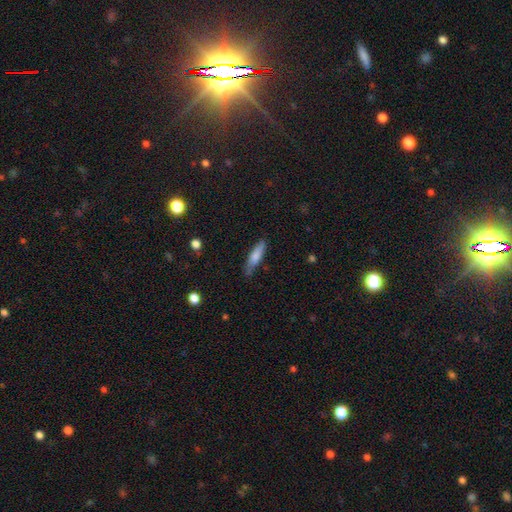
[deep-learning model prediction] smooth 73%, featured or disk 20%, star or artifact 6%. Down the decision tree: how rounded — cigar-shaped (74%); merging — none (73%).